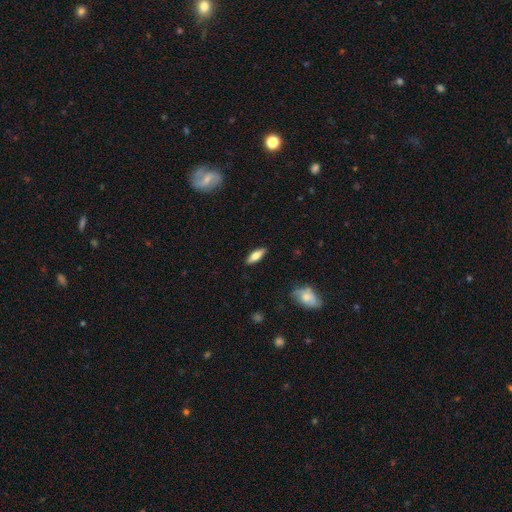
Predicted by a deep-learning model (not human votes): Smooth or featured? Predicted: smooth (p=0.61). How rounded? Predicted: in between (p=0.55). Merging? Predicted: none (p=0.88).